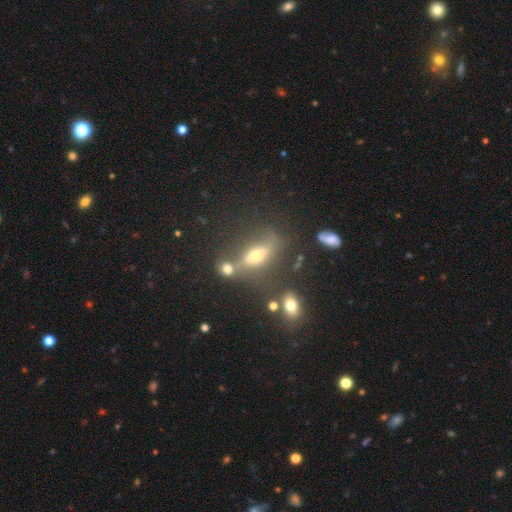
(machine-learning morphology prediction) Smooth or featured?
  - smooth: 42% *
  - featured or disk: 41%
  - star or artifact: 17%
Merging?
  - none: 50% *
  - merger: 22%
  - minor disturbance: 16%
  - major disturbance: 12%